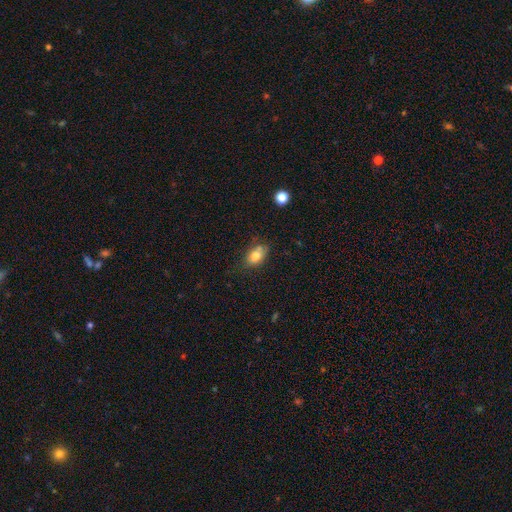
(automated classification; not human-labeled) Smooth or featured? Predicted: smooth (p=0.77). How rounded? Predicted: in between (p=0.84). Merging? Predicted: none (p=0.64).